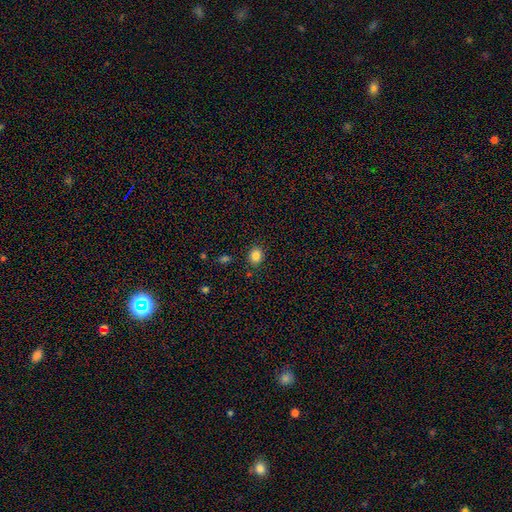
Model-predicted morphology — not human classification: Overall: smooth (84%). How rounded: round (66%; in between 34%). Merging: none (88%).